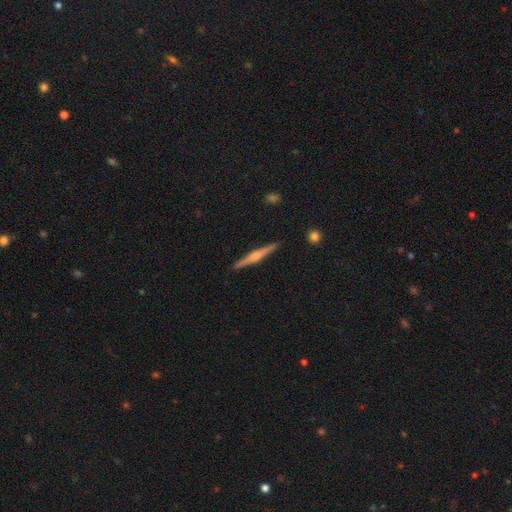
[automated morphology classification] Smooth or featured? featured or disk (70%)
Edge-on disk? yes (98%)
Edge-on bulge? rounded (73%)
Merging? none (91%)